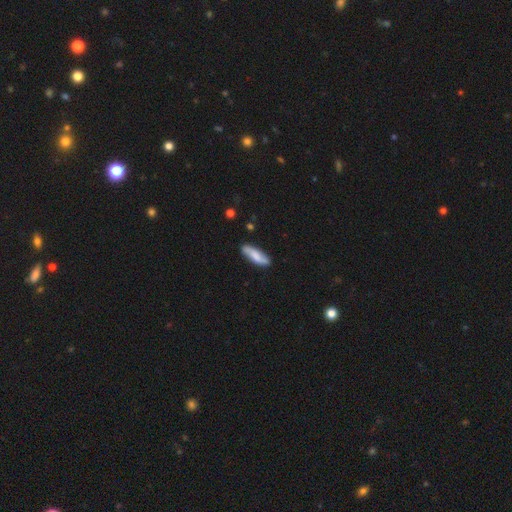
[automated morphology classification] Smooth or featured?
  - smooth: 57% *
  - featured or disk: 37%
  - star or artifact: 6%
How rounded?
  - in between: 52% *
  - cigar-shaped: 46%
  - round: 2%
Merging?
  - none: 82% *
  - minor disturbance: 14%
  - major disturbance: 3%
  - merger: 2%